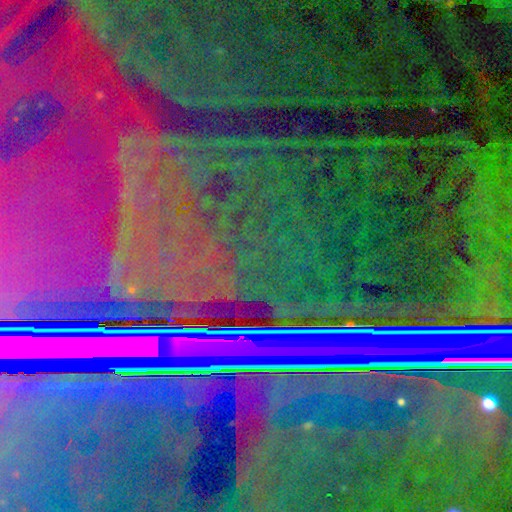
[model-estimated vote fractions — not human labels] The model was most divided on "smooth or featured": star or artifact: 88%, featured or disk: 7%, smooth: 5%.